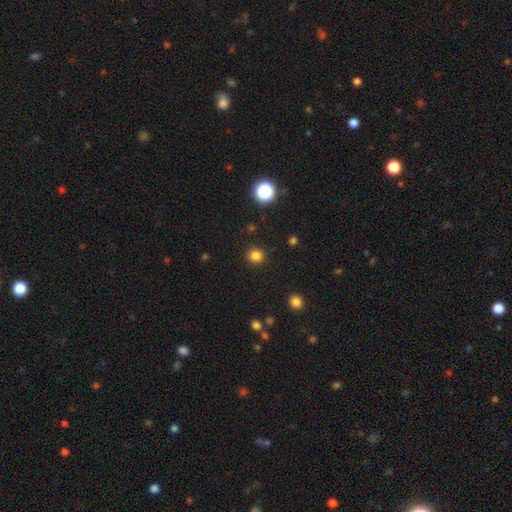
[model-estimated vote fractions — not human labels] This is clearly a smooth galaxy (82%). How rounded: clearly round (92%). Merging: clearly none (90%).